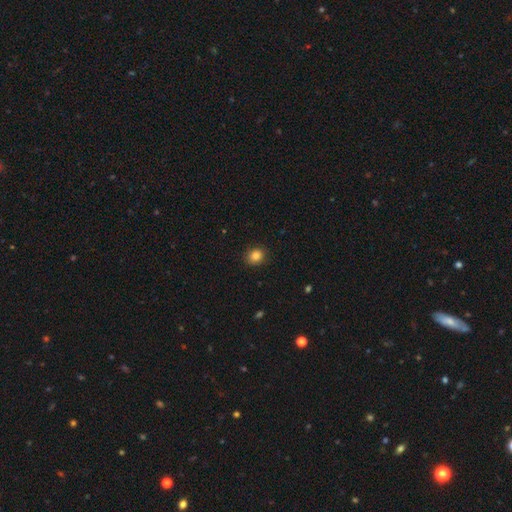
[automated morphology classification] The model was most divided on "how rounded": round: 74%, in between: 25%, cigar-shaped: 1%. More confident: merging — none (90%); smooth or featured — smooth (84%).